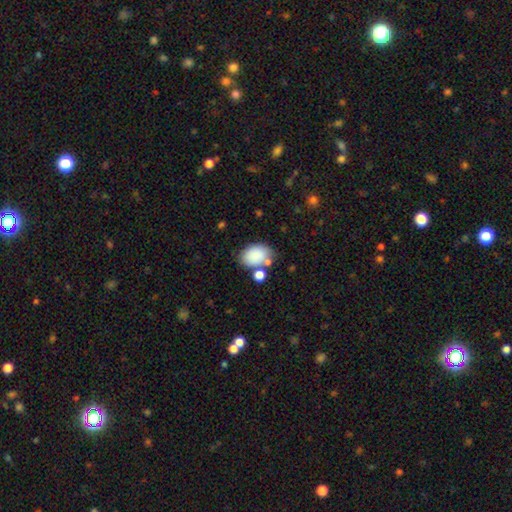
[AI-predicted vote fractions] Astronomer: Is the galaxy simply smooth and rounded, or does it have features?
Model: smooth — 85%.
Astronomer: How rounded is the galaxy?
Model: in between — 82%.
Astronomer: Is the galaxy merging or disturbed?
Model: none — 61%.